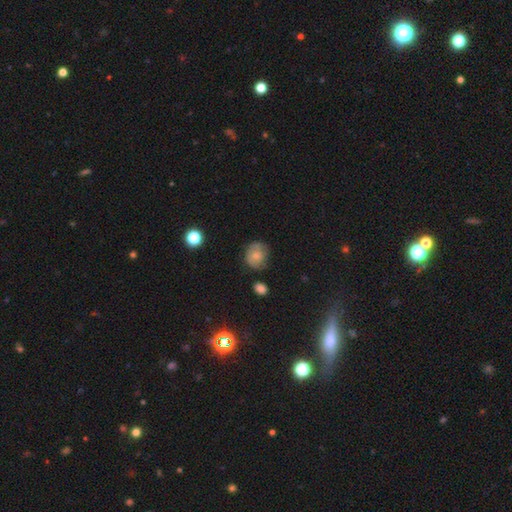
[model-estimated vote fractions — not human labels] Morphology: type=smooth (69%); roundness=round (70%); merging=none (63%).